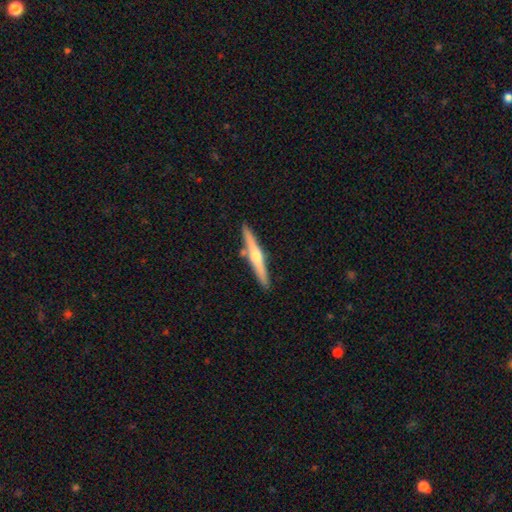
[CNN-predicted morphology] Smooth or featured?
  - featured or disk: 64% *
  - smooth: 30%
  - star or artifact: 5%
Edge-on disk?
  - yes: 97% *
  - no: 3%
Edge-on bulge?
  - rounded: 89% *
  - none: 7%
  - boxy: 3%
Merging?
  - none: 86% *
  - minor disturbance: 8%
  - merger: 4%
  - major disturbance: 2%